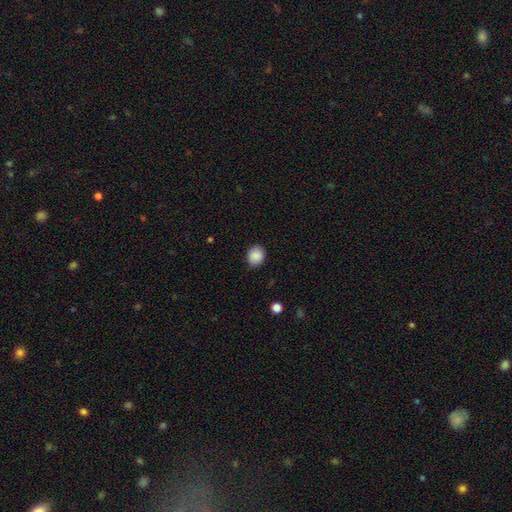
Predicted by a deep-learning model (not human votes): Overall: smooth (89%). How rounded: round (57%; in between 42%). Merging: none (87%).